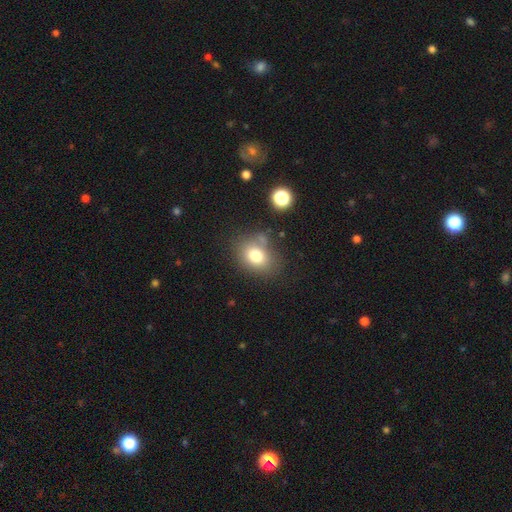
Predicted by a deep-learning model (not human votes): Smooth or featured: smooth — 77% (star or artifact — 12%)
How rounded: in between — 52% (round — 47%)
Merging: none — 67% (minor disturbance — 18%)